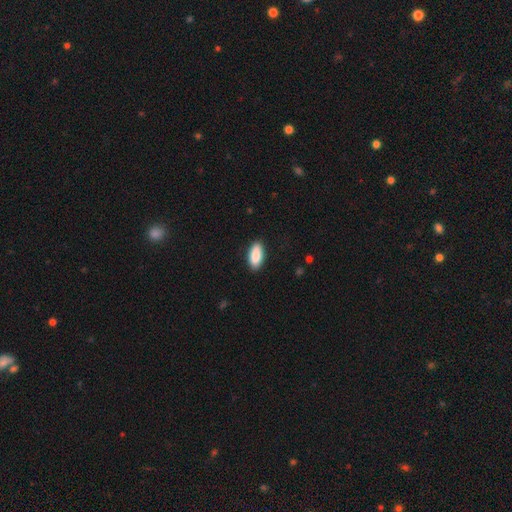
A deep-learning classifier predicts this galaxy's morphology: A smooth galaxy with no disk features (88%) that is in between round and cigar-shaped (89%).

Vote fractions:
- Smooth or featured? smooth: 88% / featured or disk: 6% / star or artifact: 6%
- How rounded? in between: 89% / cigar-shaped: 9% / round: 2%
- Merging? none: 88% / minor disturbance: 9% / major disturbance: 2% / merger: 1%